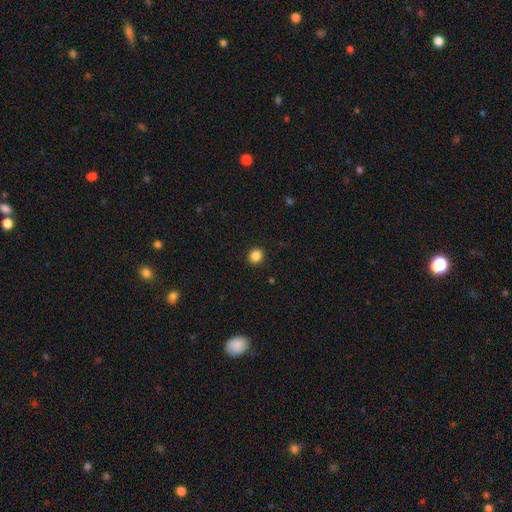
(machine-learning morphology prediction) Overall: smooth (86%). How rounded: round (80%). Merging: none (92%).